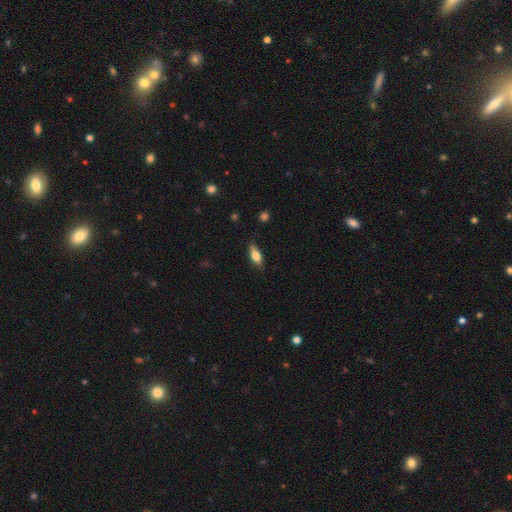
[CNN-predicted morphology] type=smooth (71%); roundness=in between (78%); merging=none (79%).